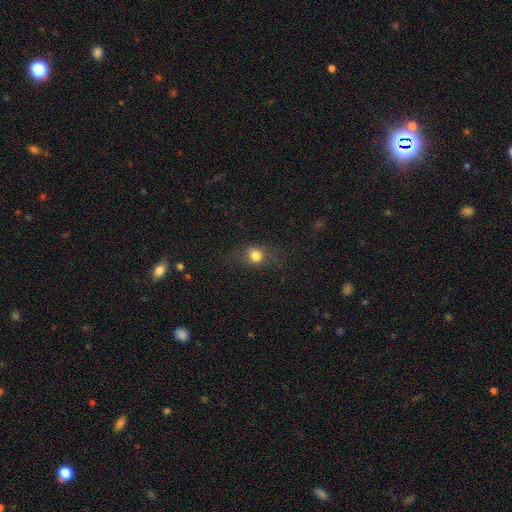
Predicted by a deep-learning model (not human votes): smooth_or_featured: smooth (p=0.73) [alt: featured or disk p=0.14]
how_rounded: round (p=0.60) [alt: in between p=0.36]
merging: none (p=0.72) [alt: minor disturbance p=0.18]